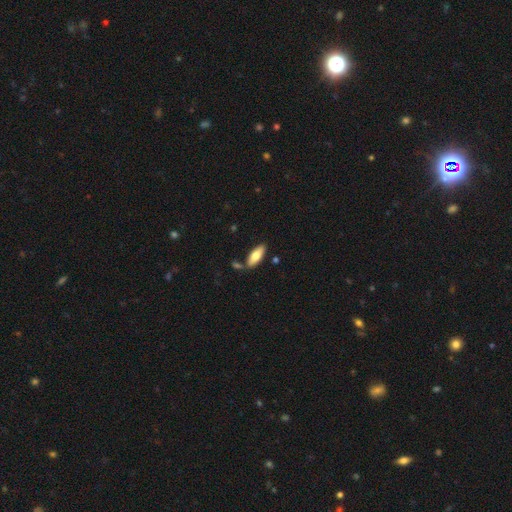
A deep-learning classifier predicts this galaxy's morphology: smooth_or_featured: smooth (p=0.75) [alt: featured or disk p=0.20]
how_rounded: in between (p=0.74) [alt: cigar-shaped p=0.24]
merging: none (p=0.77) [alt: minor disturbance p=0.13]